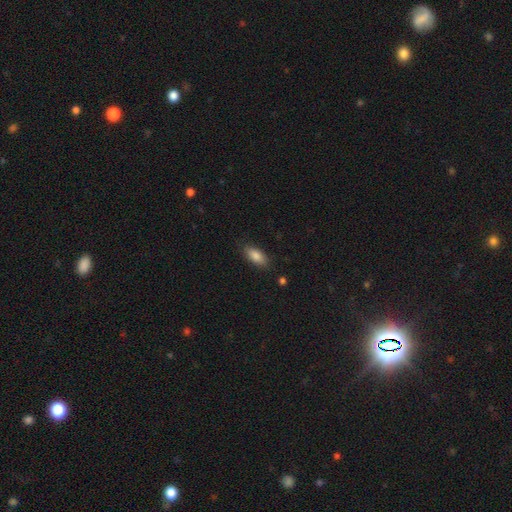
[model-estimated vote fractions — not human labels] Smooth or featured?
  - smooth: 85% *
  - featured or disk: 8%
  - star or artifact: 7%
How rounded?
  - in between: 84% *
  - cigar-shaped: 13%
  - round: 3%
Merging?
  - none: 84% *
  - minor disturbance: 12%
  - major disturbance: 3%
  - merger: 1%